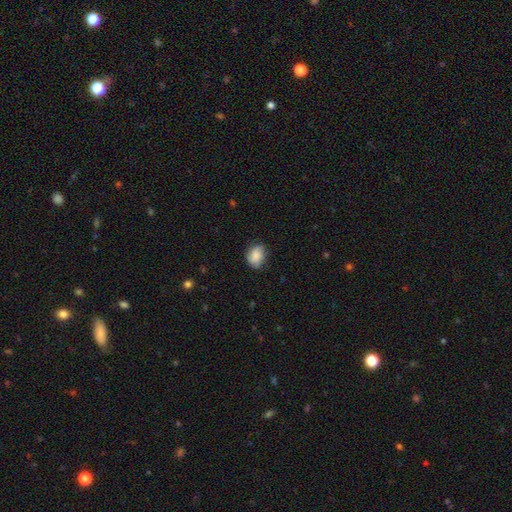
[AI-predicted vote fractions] Smooth or featured: smooth — 77% (featured or disk — 15%)
How rounded: in between — 57% (round — 42%)
Merging: none — 69% (minor disturbance — 25%)